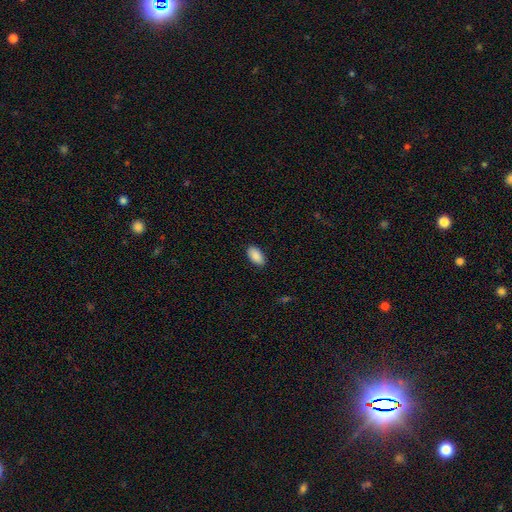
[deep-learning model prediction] Q: Smooth or featured?
A: smooth (90%); runner-up: star or artifact (7%)
Q: How rounded?
A: in between (95%); runner-up: round (3%)
Q: Merging?
A: none (89%); runner-up: minor disturbance (8%)